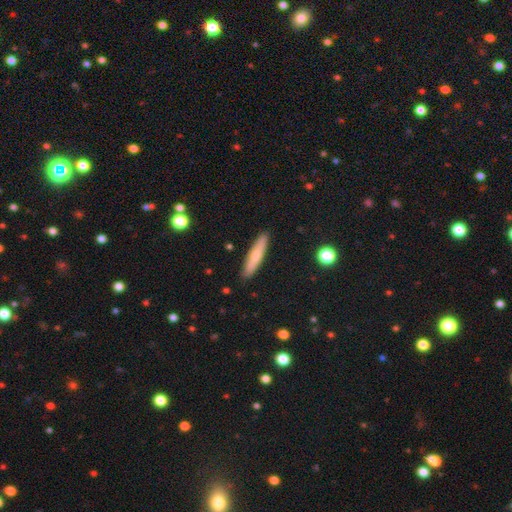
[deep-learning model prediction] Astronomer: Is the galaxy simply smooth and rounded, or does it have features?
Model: smooth — 67%.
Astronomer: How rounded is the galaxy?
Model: cigar-shaped — 87%.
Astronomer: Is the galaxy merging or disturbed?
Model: none — 89%.